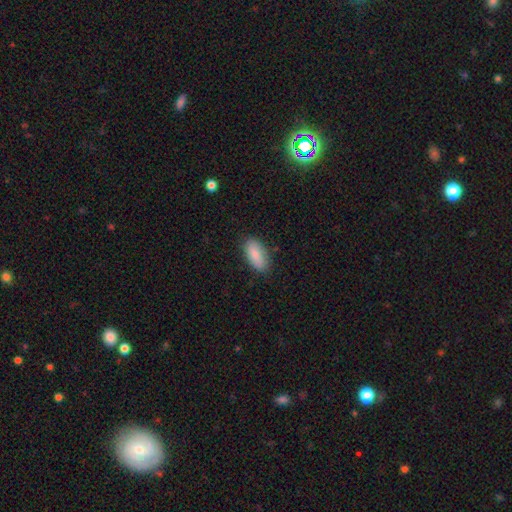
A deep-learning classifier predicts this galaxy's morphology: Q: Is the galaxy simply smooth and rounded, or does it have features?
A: smooth — 86%.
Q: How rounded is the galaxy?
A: in between — 91%.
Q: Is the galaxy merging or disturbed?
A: none — 82%.